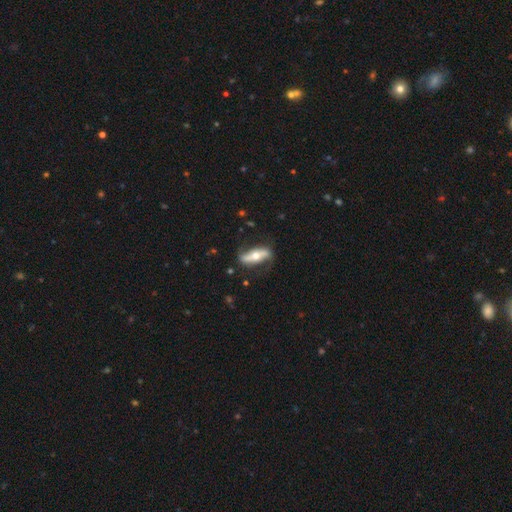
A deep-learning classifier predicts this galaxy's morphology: Overall: featured or disk (67%; smooth 28%). Edge-on disk: no (62%; yes 38%). Merging: none (74%).